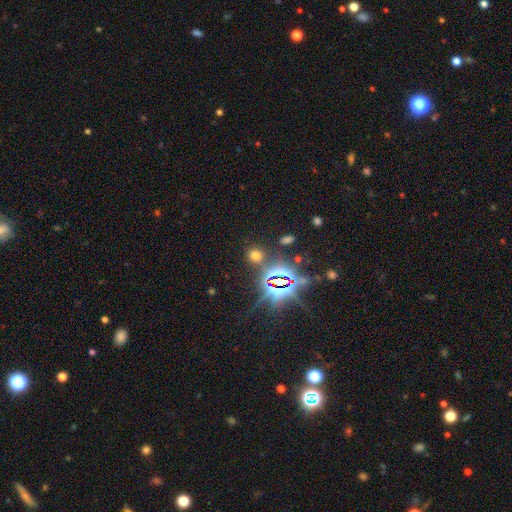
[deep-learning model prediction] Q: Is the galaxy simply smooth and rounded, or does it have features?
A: smooth — 51%.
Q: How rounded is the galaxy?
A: round — 69%.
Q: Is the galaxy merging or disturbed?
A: none — 79%.